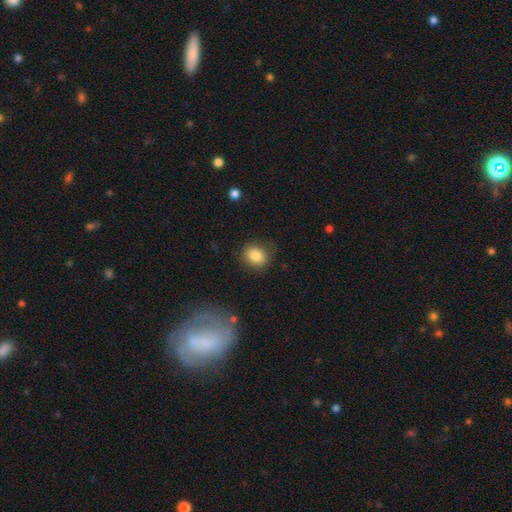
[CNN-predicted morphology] A smooth galaxy with no disk features (84%) that is round (64%).

Vote fractions:
- Smooth or featured? smooth: 84% / star or artifact: 9% / featured or disk: 7%
- How rounded? round: 64% / in between: 35% / cigar-shaped: 1%
- Merging? none: 81% / minor disturbance: 13% / major disturbance: 4% / merger: 2%